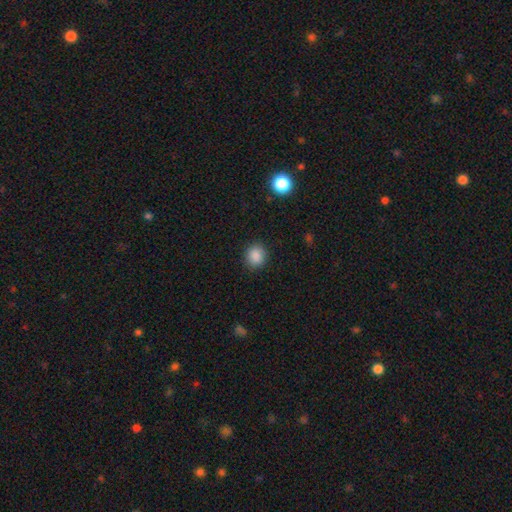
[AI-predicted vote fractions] A smooth galaxy with no disk features (87%) that is round (77%). Merging: none (88%).